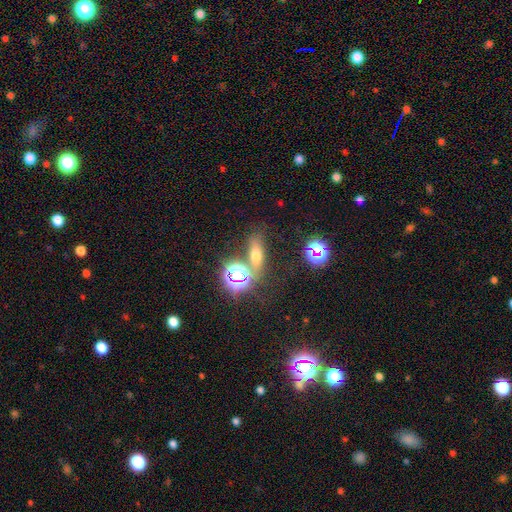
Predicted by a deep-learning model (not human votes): This is possibly a smooth galaxy (52%). How rounded: possibly in between (51%). Merging: likely none (64%).